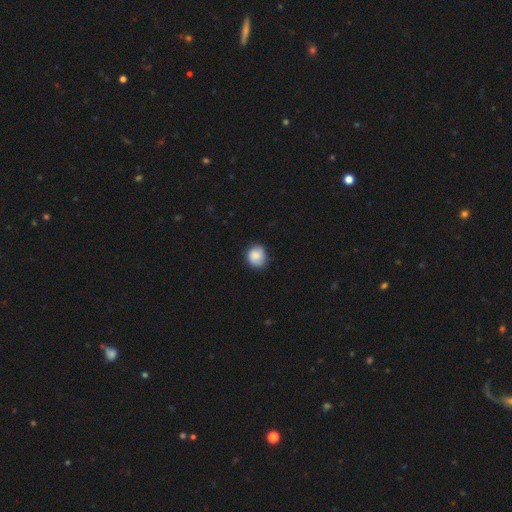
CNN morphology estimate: Smooth or featured?
  - smooth: 82% *
  - featured or disk: 11%
  - star or artifact: 7%
How rounded?
  - round: 78% *
  - in between: 21%
  - cigar-shaped: 1%
Merging?
  - none: 76% *
  - minor disturbance: 19%
  - major disturbance: 4%
  - merger: 1%